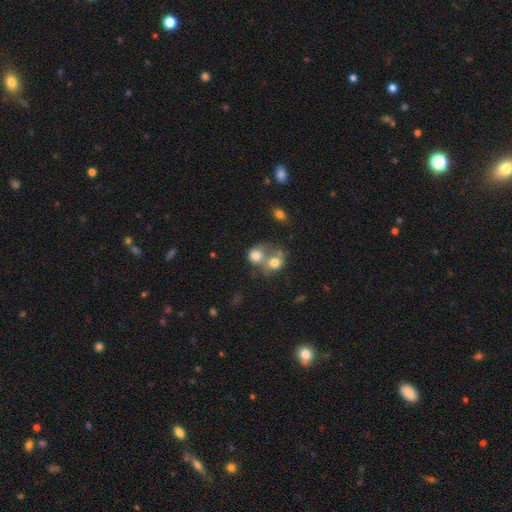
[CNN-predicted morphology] smooth-or-featured: smooth: 72% | featured or disk: 18% | star or artifact: 11%
  how-rounded: round: 67% | in between: 32% | cigar-shaped: 1%
  merging: merger: 67% | none: 20% | minor disturbance: 7% | major disturbance: 6%